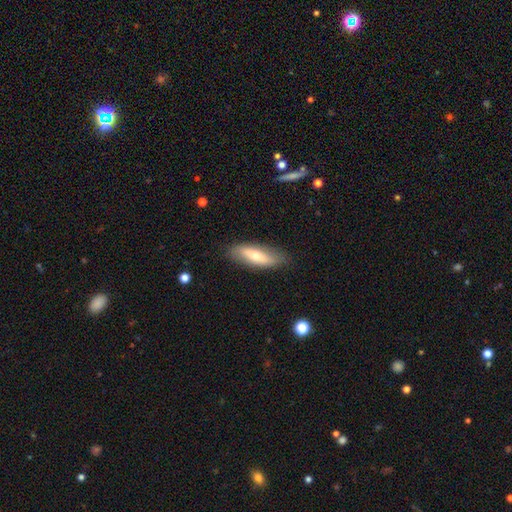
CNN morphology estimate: Smooth or featured? smooth (62%)
How rounded? in between (57%)
Merging? none (81%)